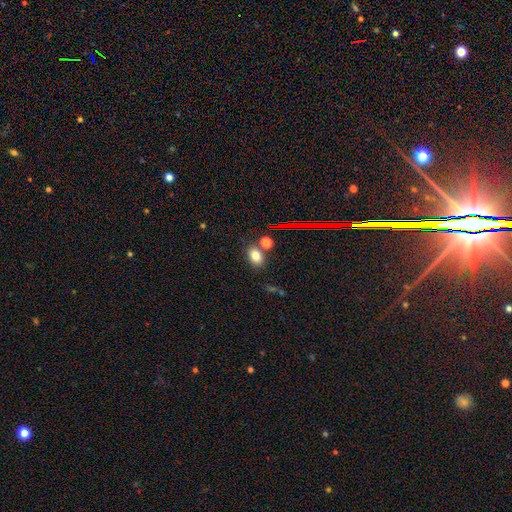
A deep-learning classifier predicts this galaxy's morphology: Smooth or featured: smooth — 77% (star or artifact — 14%)
How rounded: in between — 72% (round — 26%)
Merging: none — 69% (merger — 17%)